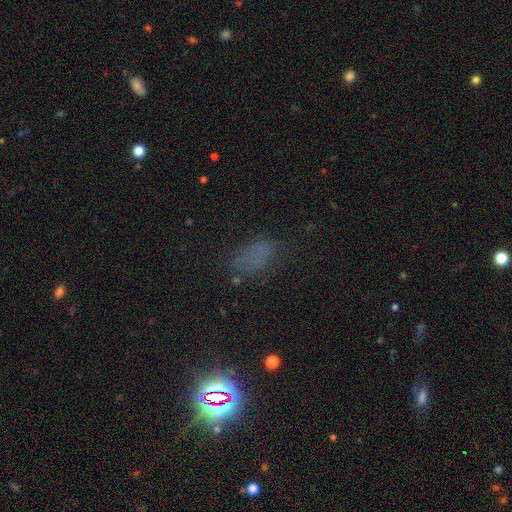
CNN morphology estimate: smooth 51%, star or artifact 34%, featured or disk 15%. Down the decision tree: how rounded — in between (84%); merging — none (59%).